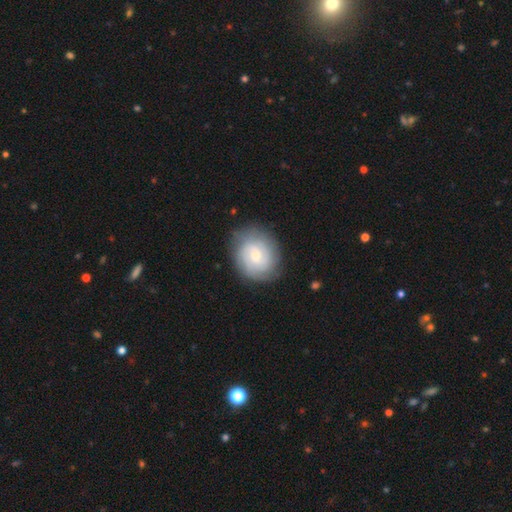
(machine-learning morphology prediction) Overall: featured or disk (65%; smooth 28%). Edge-on disk: no (98%). Bar: no (61%; weak 34%). Spiral arms: yes (90%). Spiral arm count: can't tell (39%; 2 29%). Spiral winding: tight (67%). Bulge size: small (67%; moderate 29%). Merging: none (81%).